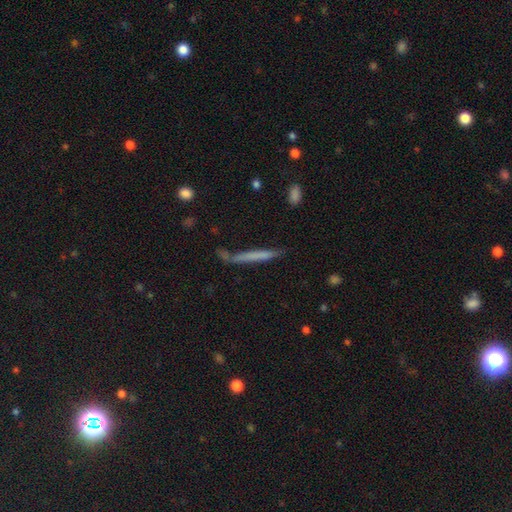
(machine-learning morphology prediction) Smooth or featured?
  - smooth: 56% *
  - featured or disk: 36%
  - star or artifact: 7%
How rounded?
  - cigar-shaped: 96% *
  - in between: 3%
  - round: 2%
Merging?
  - none: 72% *
  - minor disturbance: 18%
  - merger: 5%
  - major disturbance: 5%